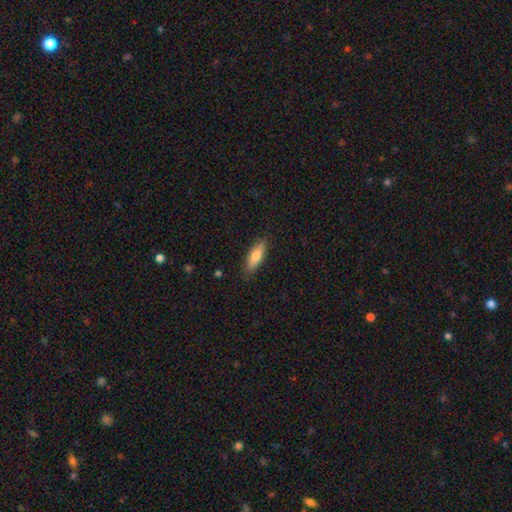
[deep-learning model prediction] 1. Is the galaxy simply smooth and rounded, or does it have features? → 71% smooth, 23% featured or disk, 6% star or artifact.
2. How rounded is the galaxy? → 49% cigar-shaped (tied), 49% in between (tied), 2% round.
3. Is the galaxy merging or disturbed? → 86% none, 11% minor disturbance, 2% major disturbance, 1% merger.